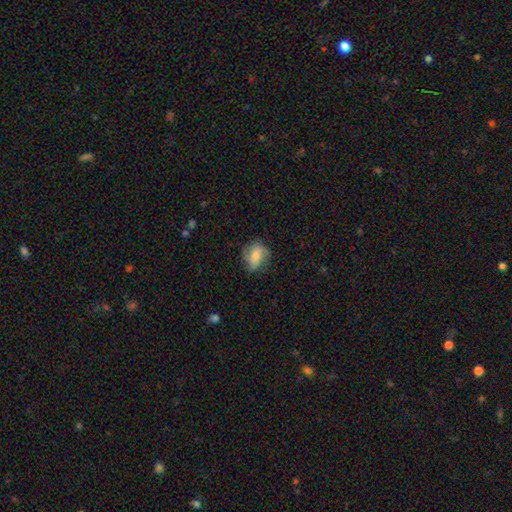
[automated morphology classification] smooth-or-featured: smooth: 61% | featured or disk: 31% | star or artifact: 8%
  how-rounded: in between: 59% | round: 39% | cigar-shaped: 2%
  merging: none: 67% | minor disturbance: 22% | major disturbance: 9% | merger: 1%